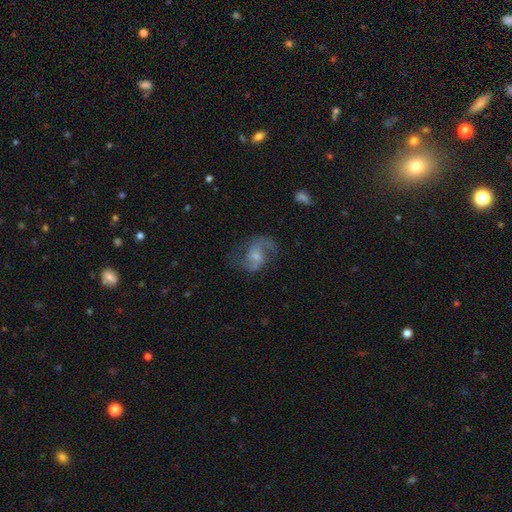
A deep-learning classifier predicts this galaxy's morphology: Smooth or featured: featured or disk — 78% (smooth — 14%)
Edge-on disk: no — 98% (yes — 2%)
Bar: no — 48% (weak — 43%)
Spiral arms: yes — 92% (no — 8%)
Spiral winding: loose — 46% (medium — 45%)
Spiral arm count: 2 — 84% (1 — 7%)
Bulge size: small — 44% (moderate — 38%)
Merging: none — 62% (minor disturbance — 19%)